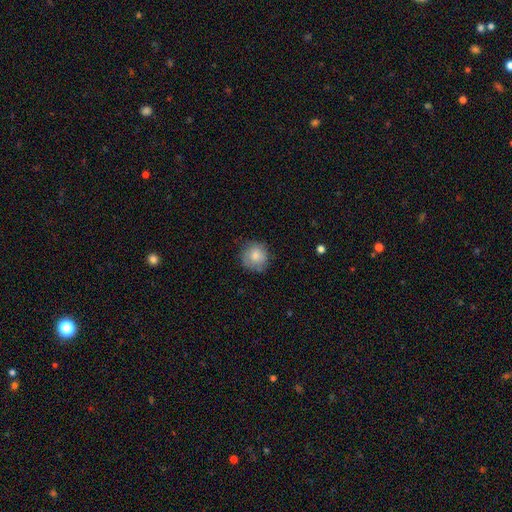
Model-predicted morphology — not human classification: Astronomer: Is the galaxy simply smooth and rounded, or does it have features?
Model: smooth — 80%.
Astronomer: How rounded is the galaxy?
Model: round — 91%.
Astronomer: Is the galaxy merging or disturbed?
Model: none — 75%.